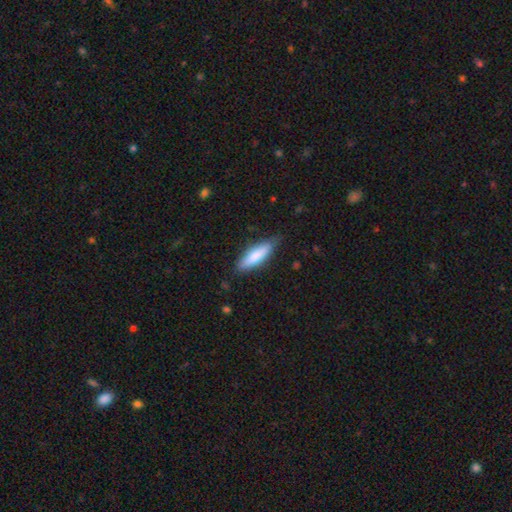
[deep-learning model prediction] A smooth galaxy with no disk features (79%) that is cigar-shaped (57%).

Vote fractions:
- Smooth or featured? smooth: 79% / featured or disk: 16% / star or artifact: 5%
- How rounded? cigar-shaped: 57% / in between: 42% / round: 2%
- Merging? none: 78% / minor disturbance: 18% / major disturbance: 3% / merger: 1%